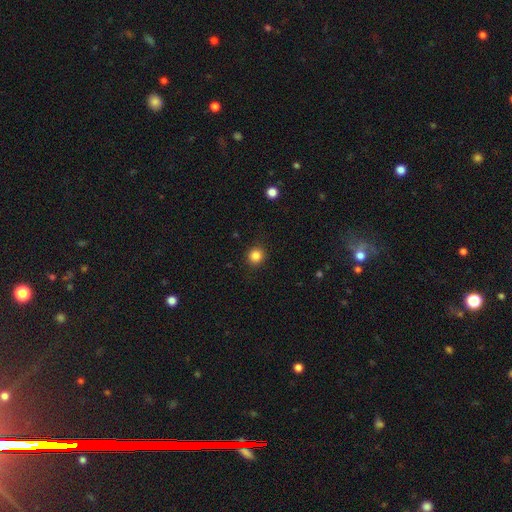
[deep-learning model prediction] Overall: smooth (85%). How rounded: round (91%). Merging: none (91%).